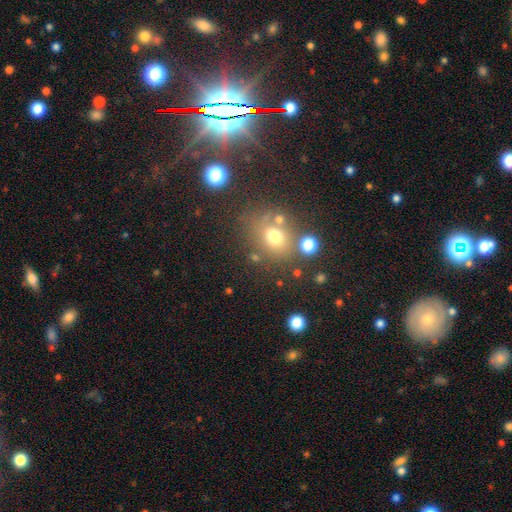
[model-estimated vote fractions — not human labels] Smooth or featured: smooth — 54% (star or artifact — 33%)
How rounded: round — 67% (in between — 31%)
Merging: none — 68% (merger — 14%)